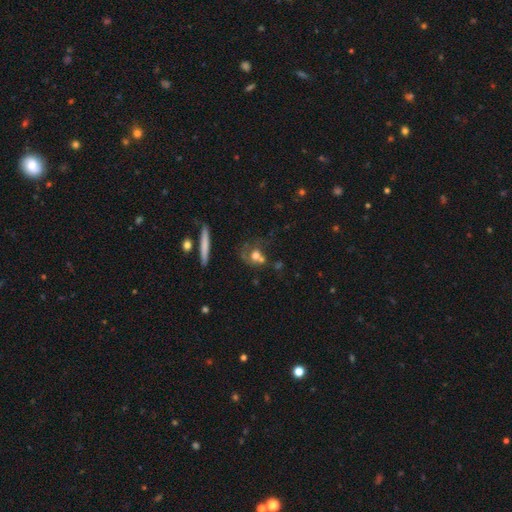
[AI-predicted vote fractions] A smooth galaxy with no disk features (59%) that is round (65%). Merging: none (40%).